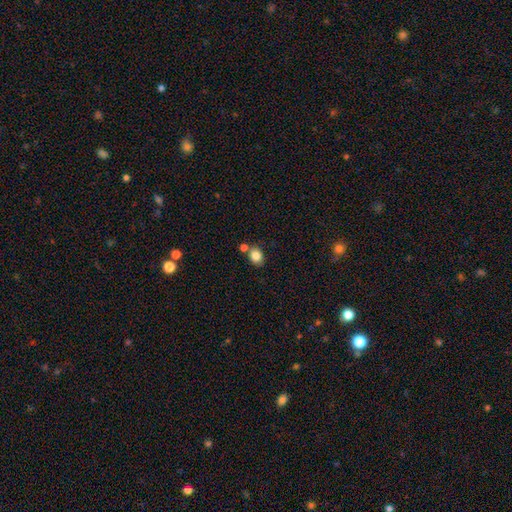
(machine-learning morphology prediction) smooth_or_featured: smooth (p=0.83) [alt: star or artifact p=0.10]
how_rounded: in between (p=0.50) [alt: round p=0.49]
merging: none (p=0.64) [alt: merger p=0.20]